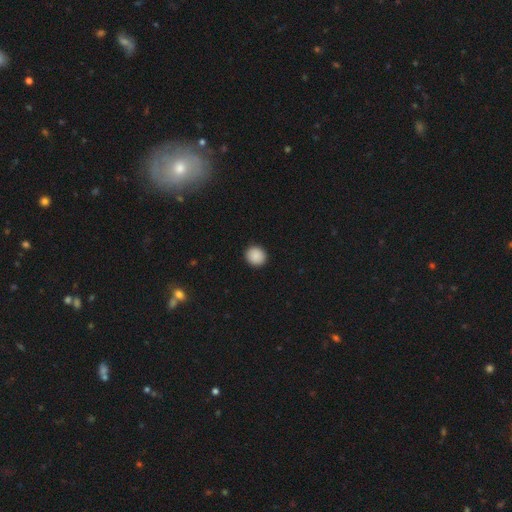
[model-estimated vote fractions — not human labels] smooth 90%, star or artifact 8%, featured or disk 2%. Down the decision tree: how rounded — round (87%); merging — none (93%).